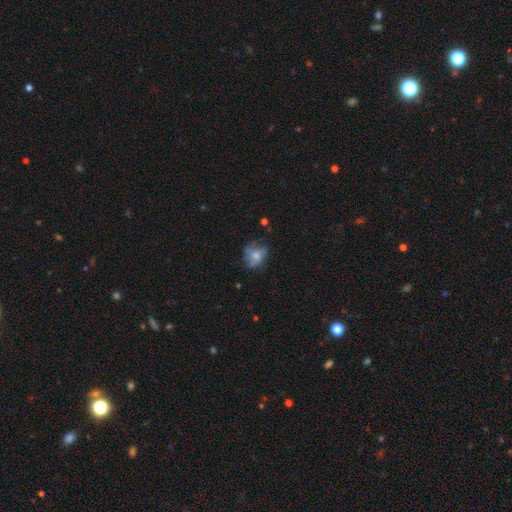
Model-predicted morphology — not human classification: Q: Smooth or featured?
A: smooth (51%); runner-up: featured or disk (38%)
Q: How rounded?
A: round (52%); runner-up: in between (47%)
Q: Merging?
A: none (55%); runner-up: minor disturbance (26%)